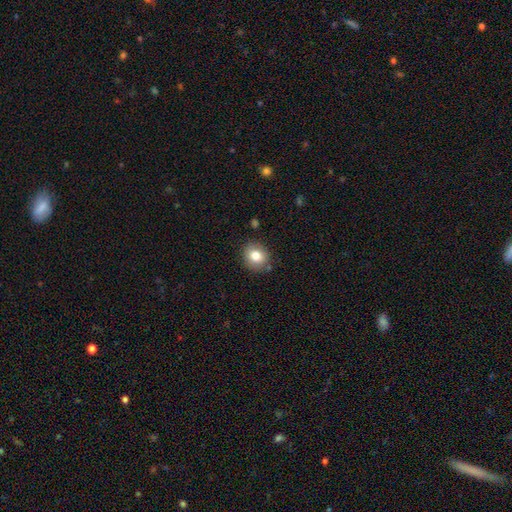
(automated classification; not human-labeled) A smooth galaxy with no disk features (80%) that is round (73%).

Vote fractions:
- Smooth or featured? smooth: 80% / featured or disk: 11% / star or artifact: 9%
- How rounded? round: 73% / in between: 27% / cigar-shaped: 1%
- Merging? none: 84% / minor disturbance: 11% / major disturbance: 3% / merger: 2%